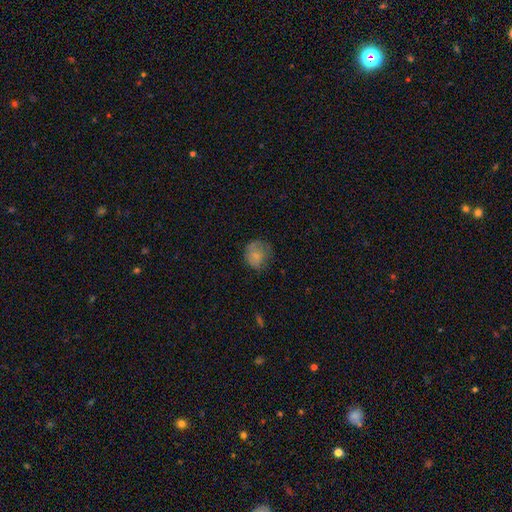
Smooth or featured?
  - smooth: 80% *
  - featured or disk: 10%
  - star or artifact: 10%
How rounded?
  - round: 75% *
  - in between: 25%
  - cigar-shaped: 0%
Merging?
  - none: 58% *
  - minor disturbance: 25%
  - major disturbance: 17%
  - merger: 0%